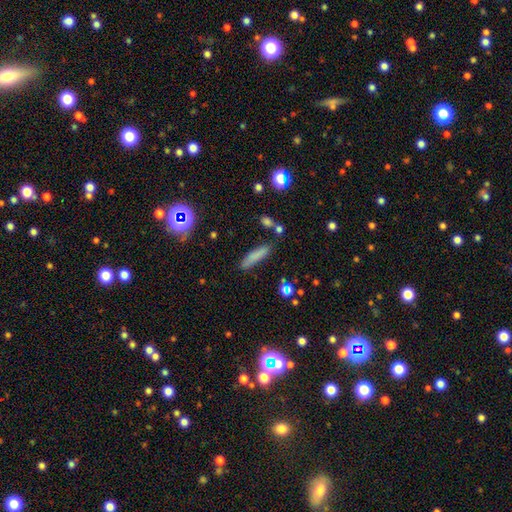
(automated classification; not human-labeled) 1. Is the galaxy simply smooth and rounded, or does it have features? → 77% smooth, 11% star or artifact, 11% featured or disk.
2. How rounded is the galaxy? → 79% cigar-shaped, 19% in between, 2% round.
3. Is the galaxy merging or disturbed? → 79% none, 13% minor disturbance, 5% merger, 3% major disturbance.